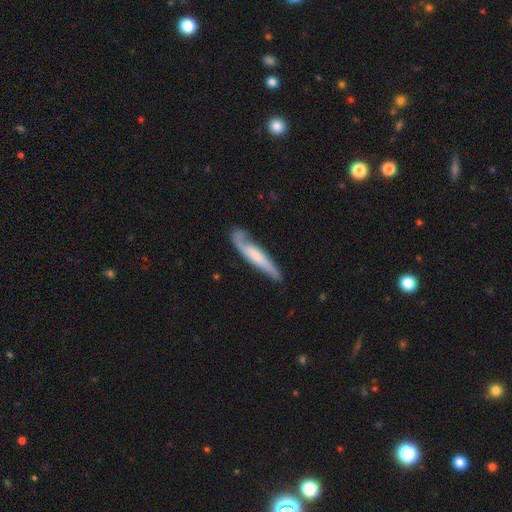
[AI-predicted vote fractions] Smooth or featured: featured or disk — 60% (smooth — 35%)
Edge-on disk: no — 55% (yes — 45%)
Merging: none — 60% (minor disturbance — 26%)